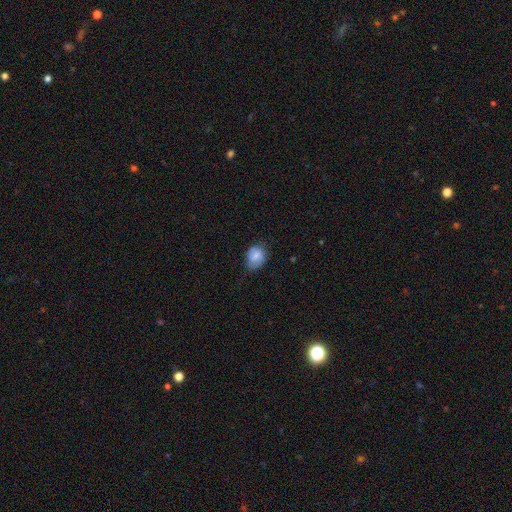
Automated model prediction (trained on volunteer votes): The model was most divided on "how rounded": in between: 50%, round: 49%, cigar-shaped: 1%. More confident: smooth or featured — smooth (79%); merging — none (64%).